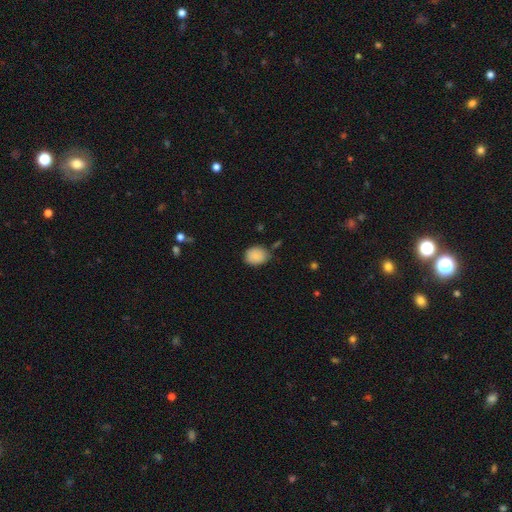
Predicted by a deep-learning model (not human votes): This is clearly a smooth galaxy (87%). How rounded: possibly round (52%). Merging: likely none (70%).